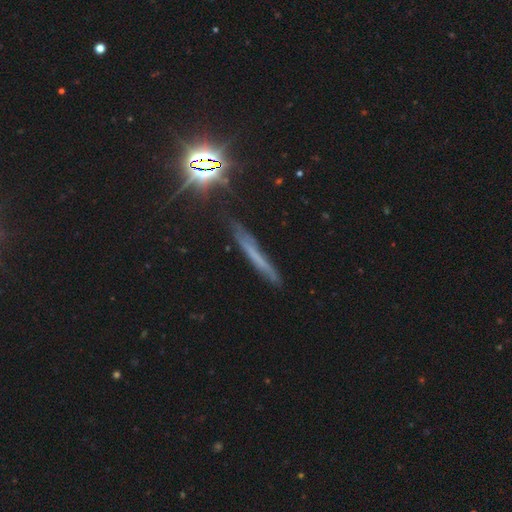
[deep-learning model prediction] Q: Smooth or featured?
A: featured or disk (38%); tied with: smooth (38%)
Q: Merging?
A: none (75%); runner-up: minor disturbance (18%)